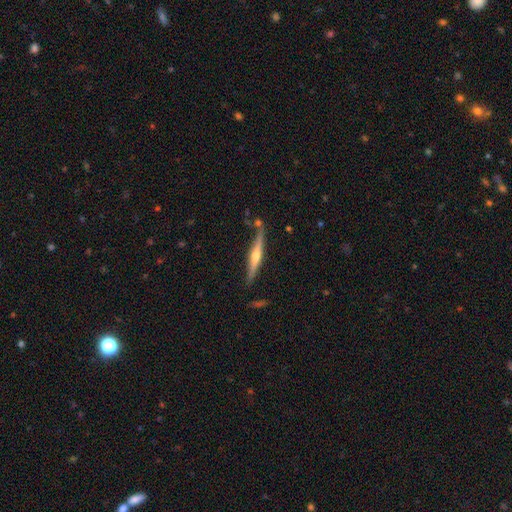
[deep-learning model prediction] Morphology: type=featured or disk (73%); edge-on=yes (97%); edge-on bulge=rounded (88%); merging=none (78%).